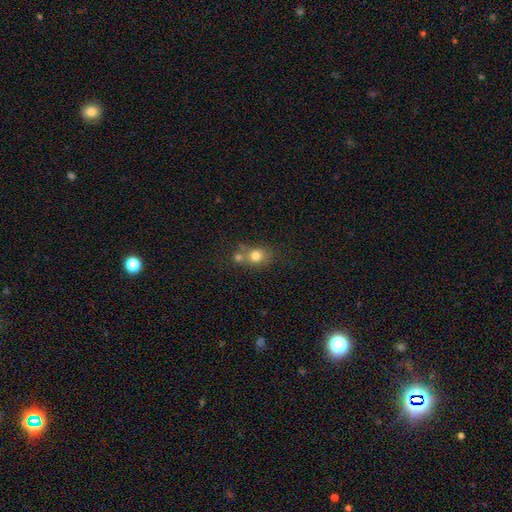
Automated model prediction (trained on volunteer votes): smooth-or-featured: smooth: 77% | featured or disk: 12% | star or artifact: 11%
  how-rounded: round: 69% | in between: 30% | cigar-shaped: 1%
  merging: none: 45% | merger: 40% | minor disturbance: 11% | major disturbance: 4%